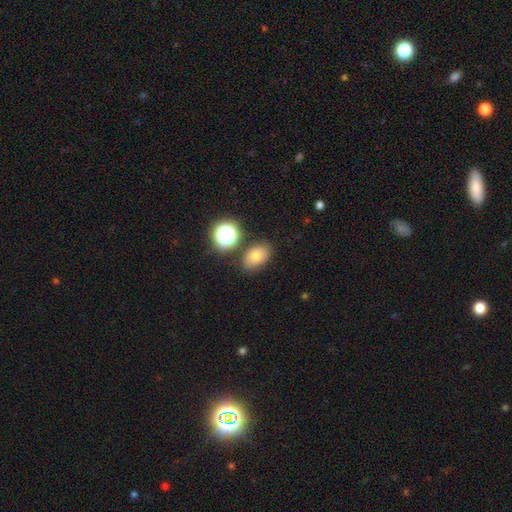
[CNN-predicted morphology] The model was most divided on "smooth or featured": smooth: 70%, star or artifact: 18%, featured or disk: 12%. More confident: merging — none (79%); how rounded — in between (77%).